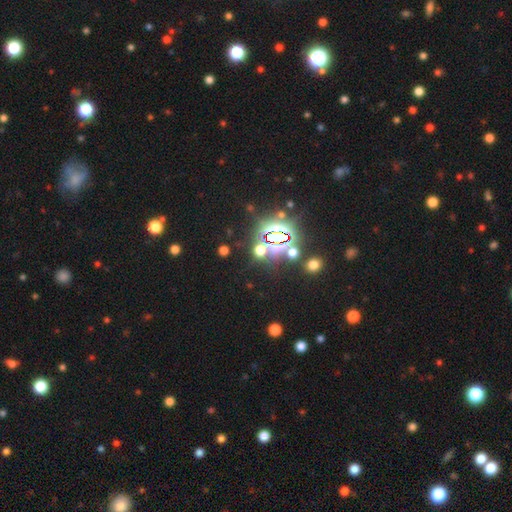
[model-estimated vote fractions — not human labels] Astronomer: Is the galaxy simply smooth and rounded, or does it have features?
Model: star or artifact — 83%.